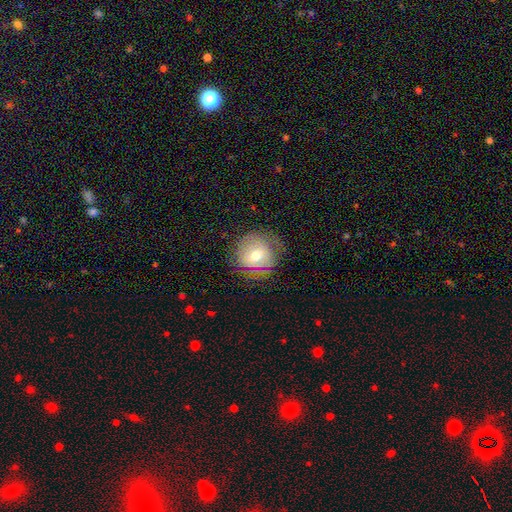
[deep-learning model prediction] A smooth galaxy with no disk features (53%) that is round (87%).

Vote fractions:
- Smooth or featured? smooth: 53% / featured or disk: 36% / star or artifact: 11%
- How rounded? round: 87% / in between: 12% / cigar-shaped: 1%
- Merging? none: 73% / minor disturbance: 18% / major disturbance: 8% / merger: 1%